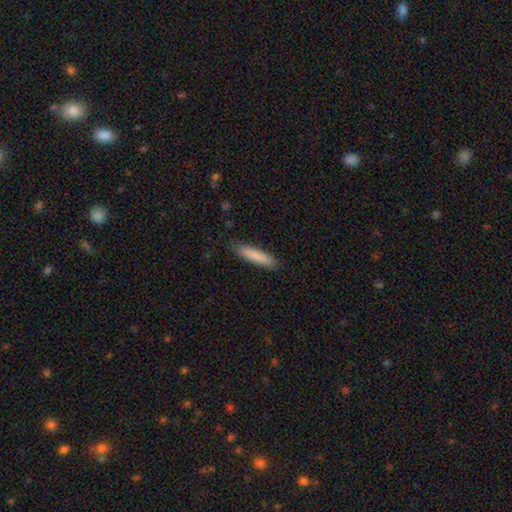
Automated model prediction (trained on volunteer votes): Smooth or featured?
  - smooth: 85% *
  - featured or disk: 9%
  - star or artifact: 6%
How rounded?
  - cigar-shaped: 85% *
  - in between: 14%
  - round: 1%
Merging?
  - none: 87% *
  - minor disturbance: 10%
  - major disturbance: 2%
  - merger: 1%